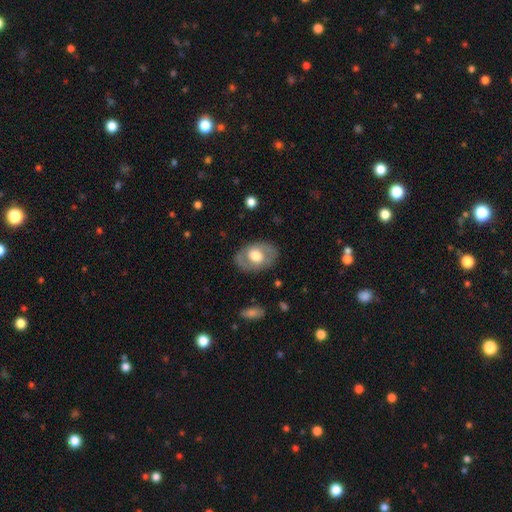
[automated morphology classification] This is possibly a featured or disk galaxy (47%, tied with smooth). Merging: clearly none (80%).